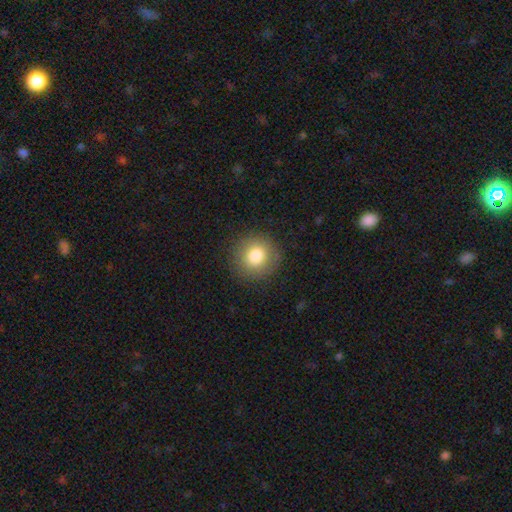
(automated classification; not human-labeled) smooth 81%, star or artifact 10%, featured or disk 9%. Down the decision tree: how rounded — round (93%); merging — none (90%).